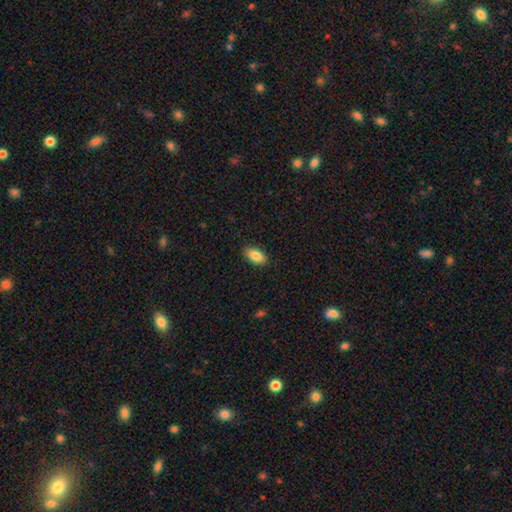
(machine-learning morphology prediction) type=smooth (86%); roundness=in between (93%); merging=none (89%).